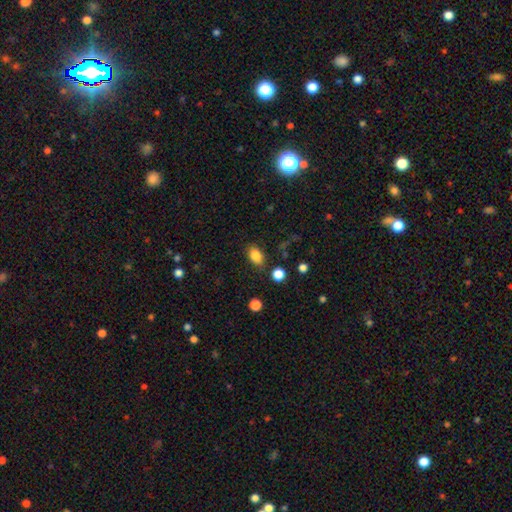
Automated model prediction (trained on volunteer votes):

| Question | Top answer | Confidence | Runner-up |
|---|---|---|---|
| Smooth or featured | smooth | 85% | star or artifact (10%) |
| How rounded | in between | 84% | round (14%) |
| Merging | none | 82% | minor disturbance (11%) |